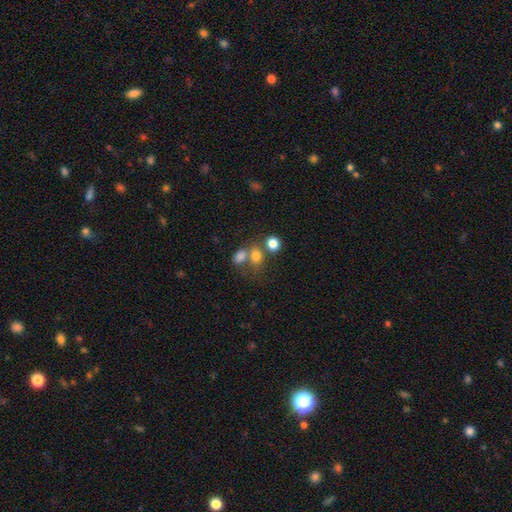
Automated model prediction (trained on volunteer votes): Q: Smooth or featured?
A: smooth (76%); runner-up: star or artifact (14%)
Q: How rounded?
A: in between (59%); runner-up: round (40%)
Q: Merging?
A: merger (42%); runner-up: none (40%)